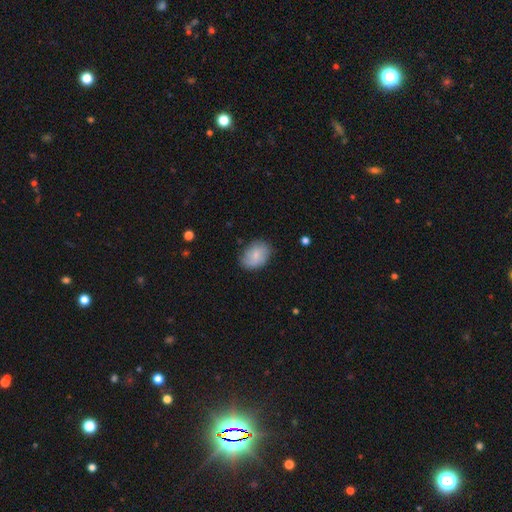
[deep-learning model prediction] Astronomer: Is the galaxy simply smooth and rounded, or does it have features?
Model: smooth — 67%.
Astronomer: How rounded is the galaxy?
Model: in between — 72%.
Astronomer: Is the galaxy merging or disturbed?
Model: none — 73%.